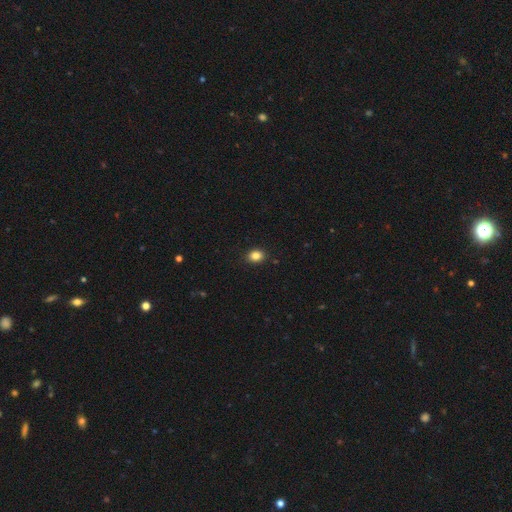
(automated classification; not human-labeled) The model was most divided on "how rounded": in between: 52%, round: 47%, cigar-shaped: 1%. More confident: merging — none (90%); smooth or featured — smooth (85%).